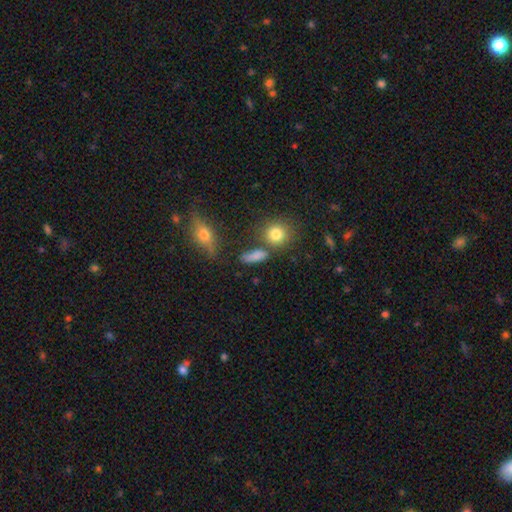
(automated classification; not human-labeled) This is likely a smooth galaxy (77%). How rounded: possibly in between (51%). Merging: likely none (68%).